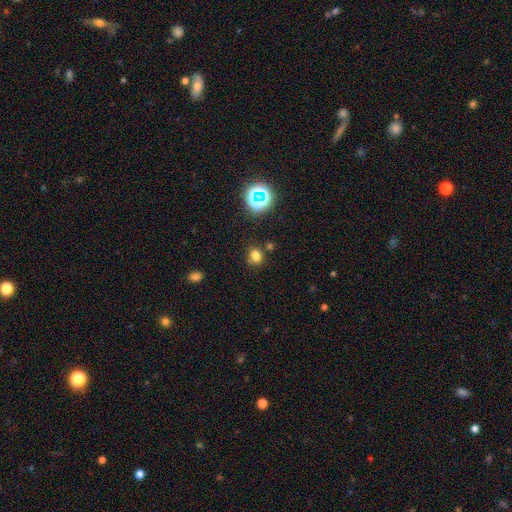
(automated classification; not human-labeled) This appears to be a smooth galaxy with no disk features (73%) that is round (72%). Merging: none (79%).